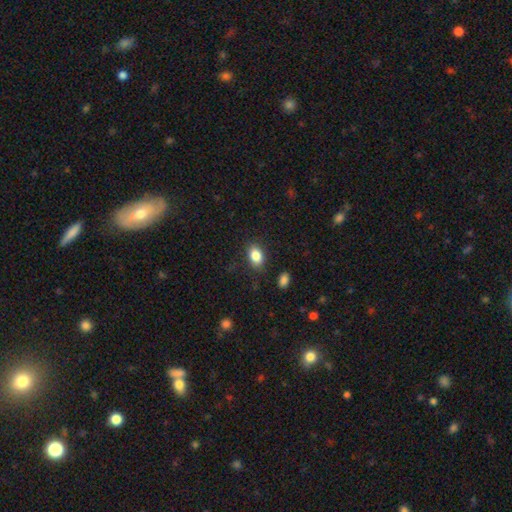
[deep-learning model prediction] Smooth or featured? smooth (85%)
How rounded? in between (83%)
Merging? none (83%)